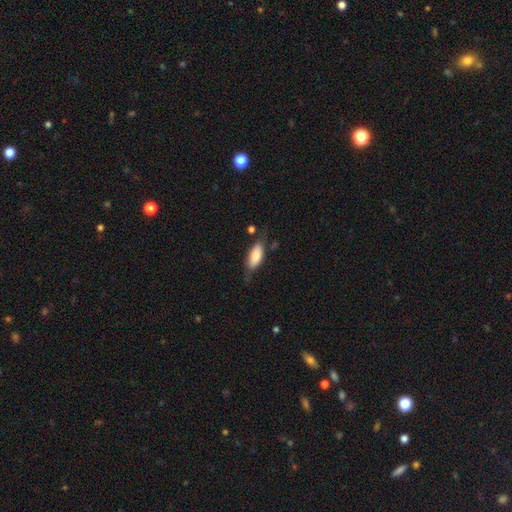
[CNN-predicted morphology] smooth 78%, featured or disk 16%, star or artifact 6%. Down the decision tree: how rounded — in between (81%); merging — none (60%).